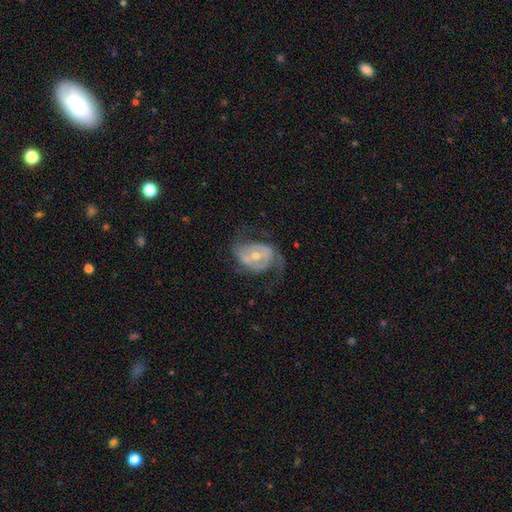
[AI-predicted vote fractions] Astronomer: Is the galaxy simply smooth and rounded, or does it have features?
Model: featured or disk — 82%.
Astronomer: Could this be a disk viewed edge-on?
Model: no — 96%.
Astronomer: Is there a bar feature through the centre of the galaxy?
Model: no — 40% (runner-up: weak, 38%).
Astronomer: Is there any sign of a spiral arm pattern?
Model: yes — 84%.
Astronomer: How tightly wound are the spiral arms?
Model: medium — 44% (runner-up: loose, 32%).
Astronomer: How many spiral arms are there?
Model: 2 — 77%.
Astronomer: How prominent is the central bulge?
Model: moderate — 57% (runner-up: small, 38%).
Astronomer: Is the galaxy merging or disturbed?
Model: none — 54%.